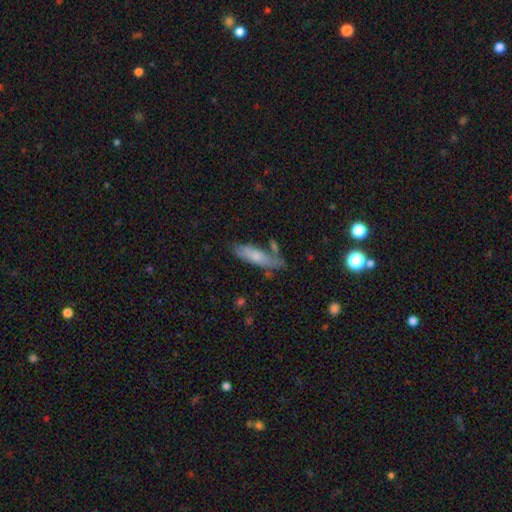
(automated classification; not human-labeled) The model was most divided on "how rounded": cigar-shaped: 63%, in between: 35%, round: 2%. More confident: smooth or featured — smooth (64%); merging — none (61%).